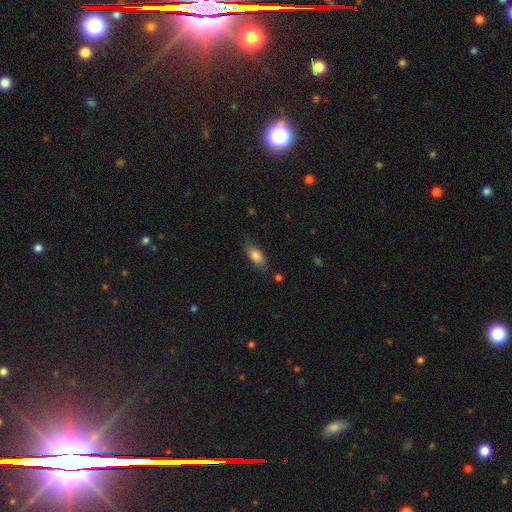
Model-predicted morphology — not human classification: A smooth galaxy with no disk features (80%) that is in between round and cigar-shaped (83%).

Vote fractions:
- Smooth or featured? smooth: 80% / featured or disk: 12% / star or artifact: 7%
- How rounded? in between: 83% / cigar-shaped: 13% / round: 4%
- Merging? none: 72% / minor disturbance: 20% / major disturbance: 6% / merger: 2%